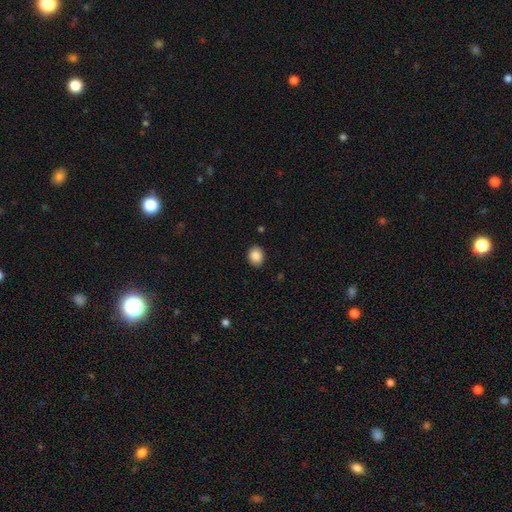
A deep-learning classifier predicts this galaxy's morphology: smooth 88%, star or artifact 8%, featured or disk 3%. Down the decision tree: how rounded — round (51%); merging — none (88%).